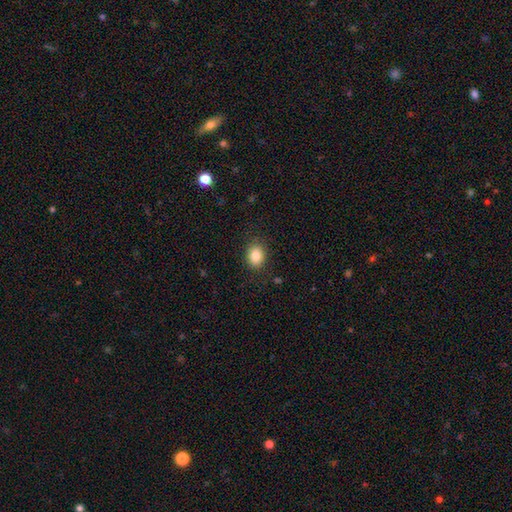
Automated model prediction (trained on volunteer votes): The model was most divided on "how rounded": in between: 57%, round: 42%, cigar-shaped: 1%. More confident: merging — none (86%); smooth or featured — smooth (85%).